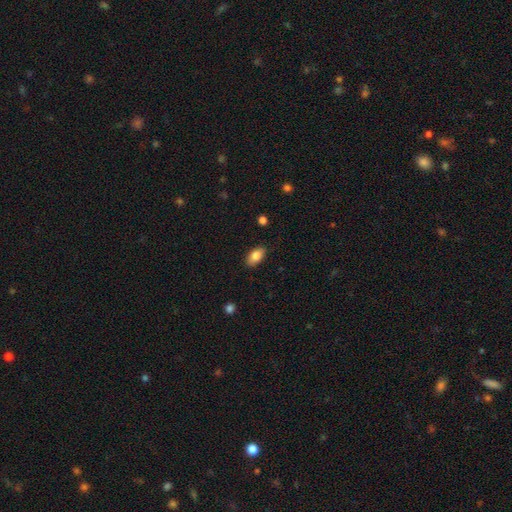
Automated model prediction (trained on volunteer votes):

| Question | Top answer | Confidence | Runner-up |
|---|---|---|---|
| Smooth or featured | smooth | 82% | featured or disk (10%) |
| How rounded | in between | 91% | round (6%) |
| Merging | none | 85% | minor disturbance (11%) |